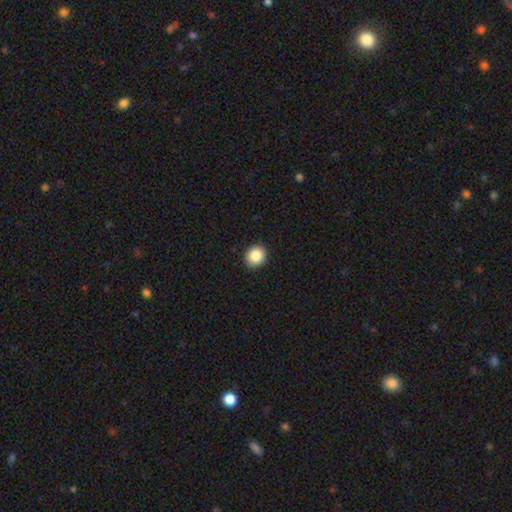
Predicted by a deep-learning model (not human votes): The model was most divided on "how rounded": round: 74%, in between: 25%, cigar-shaped: 1%. More confident: merging — none (90%); smooth or featured — smooth (86%).